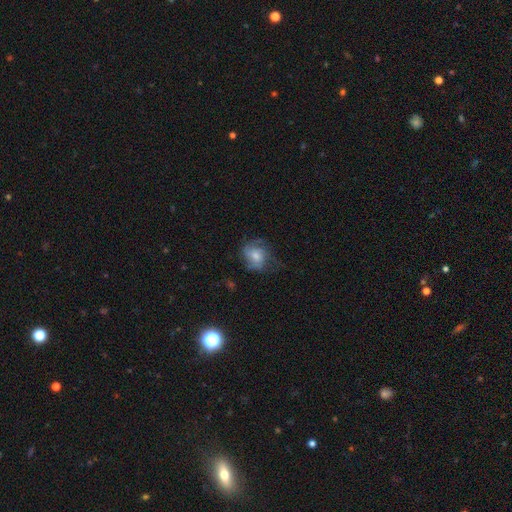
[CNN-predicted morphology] Smooth or featured? featured or disk (48%)
Merging? none (54%)